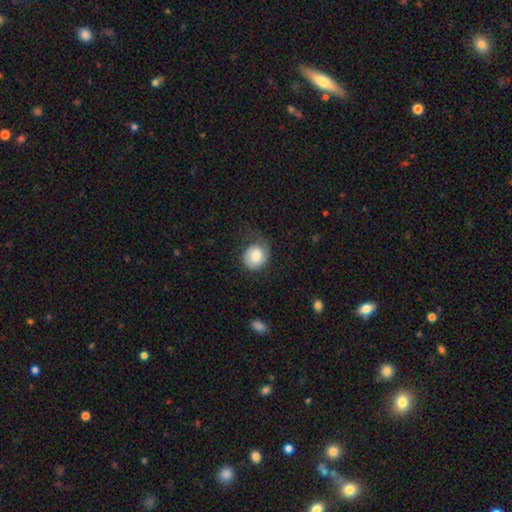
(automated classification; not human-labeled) This appears to be a smooth galaxy with no disk features (73%) that is round (71%). Merging: none (43%).